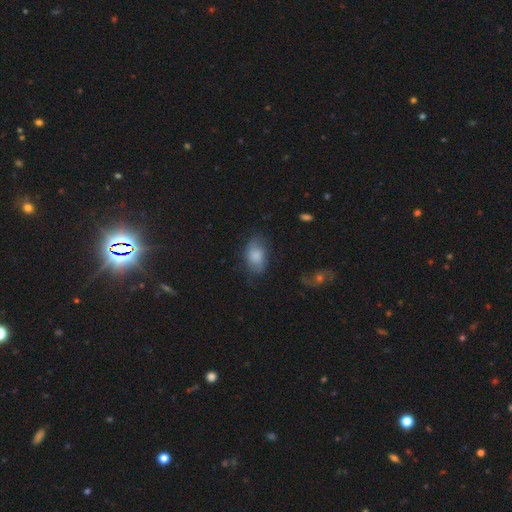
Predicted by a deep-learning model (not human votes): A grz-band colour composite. It shows a smooth galaxy with no disk features (80%) that is in between round and cigar-shaped (87%). Merging: none (66%).